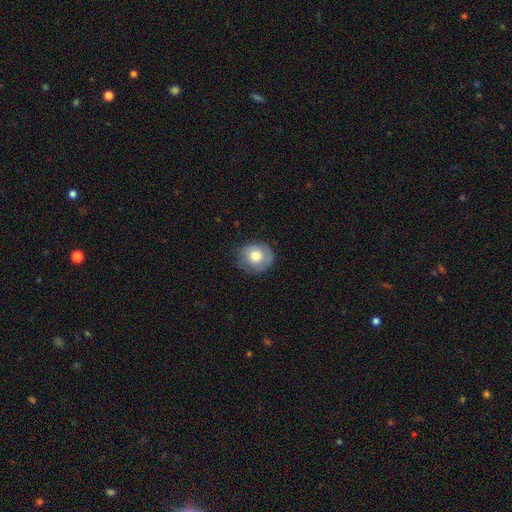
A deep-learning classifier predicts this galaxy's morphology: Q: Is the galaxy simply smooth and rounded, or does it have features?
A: smooth — 72%.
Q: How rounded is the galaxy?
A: round — 79%.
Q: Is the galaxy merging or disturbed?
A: none — 74%.